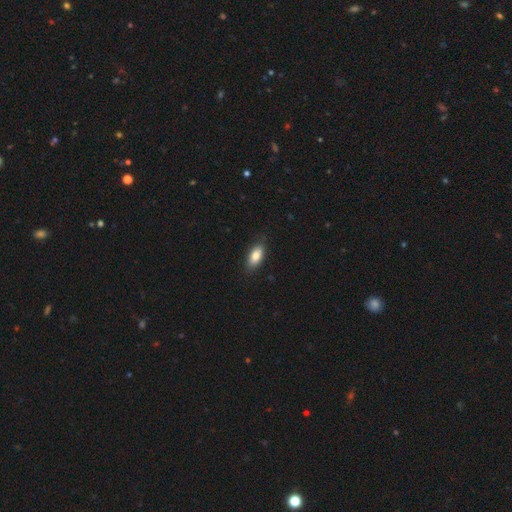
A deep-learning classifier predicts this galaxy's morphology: Q: Smooth or featured?
A: smooth (82%); runner-up: featured or disk (11%)
Q: How rounded?
A: in between (87%); runner-up: cigar-shaped (10%)
Q: Merging?
A: none (83%); runner-up: minor disturbance (13%)